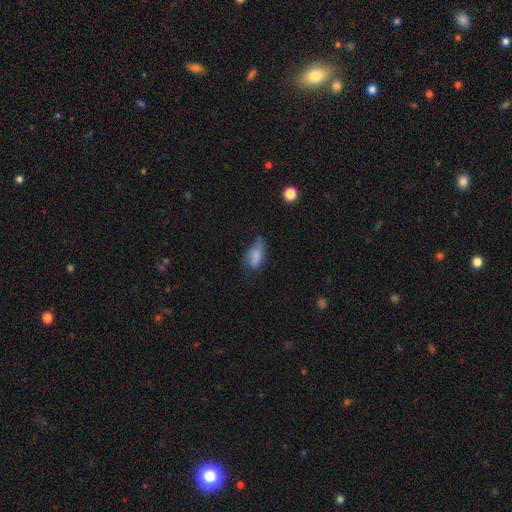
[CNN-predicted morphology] A smooth galaxy with no disk features (72%) that is in between round and cigar-shaped (88%). Merging: minor disturbance (38%).